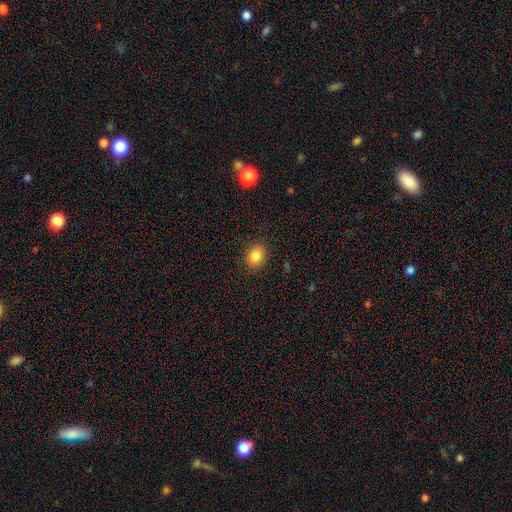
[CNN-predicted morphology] Smooth or featured? smooth (85%)
How rounded? in between (65%)
Merging? none (88%)